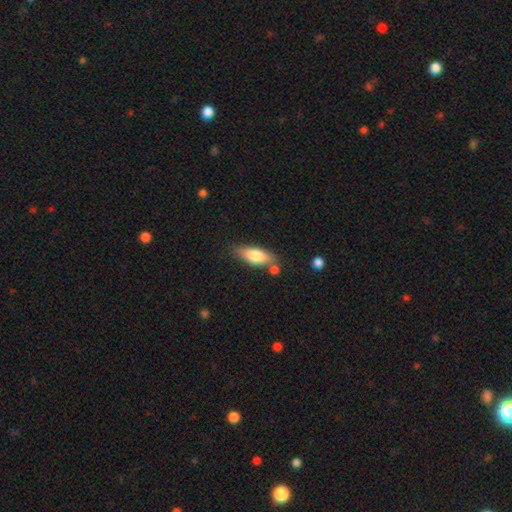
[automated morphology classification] This appears to be a smooth galaxy with no disk features (73%) that is in between round and cigar-shaped (71%). Merging: none (70%).